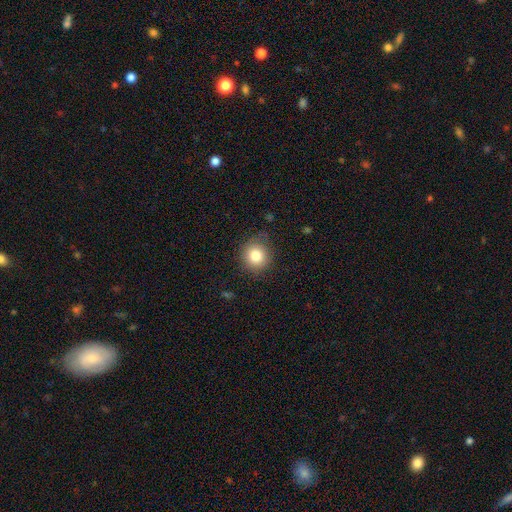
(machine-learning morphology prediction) Smooth or featured? Predicted: smooth (p=0.83). How rounded? Predicted: round (p=0.84). Merging? Predicted: none (p=0.80).